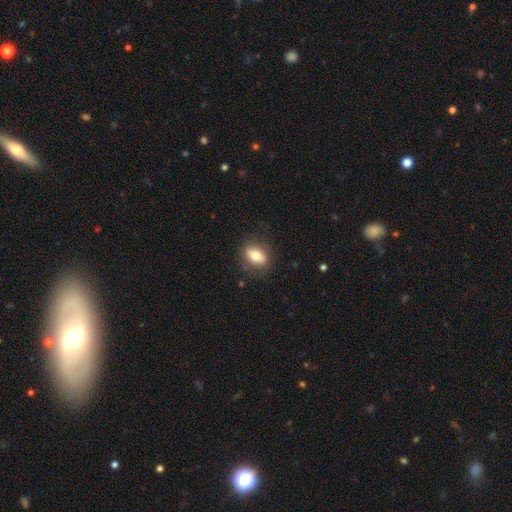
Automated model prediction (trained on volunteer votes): A smooth galaxy with no disk features (75%) that is in between round and cigar-shaped (76%).

Vote fractions:
- Smooth or featured? smooth: 75% / featured or disk: 17% / star or artifact: 8%
- How rounded? in between: 76% / round: 21% / cigar-shaped: 3%
- Merging? none: 81% / minor disturbance: 13% / major disturbance: 4% / merger: 1%